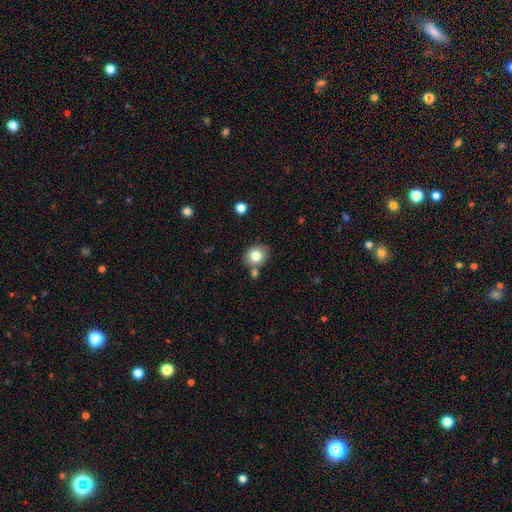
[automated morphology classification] Smooth or featured?
  - smooth: 80% *
  - featured or disk: 10%
  - star or artifact: 10%
How rounded?
  - round: 71% *
  - in between: 28%
  - cigar-shaped: 1%
Merging?
  - none: 72% *
  - minor disturbance: 13%
  - merger: 12%
  - major disturbance: 3%